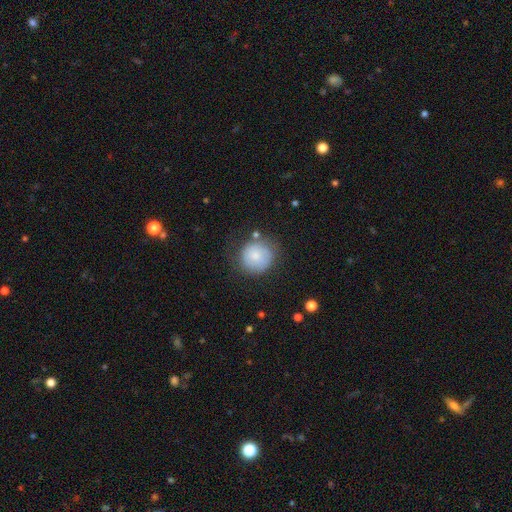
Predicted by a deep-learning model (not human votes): Morphology: type=smooth (70%); roundness=round (90%); merging=none (63%).